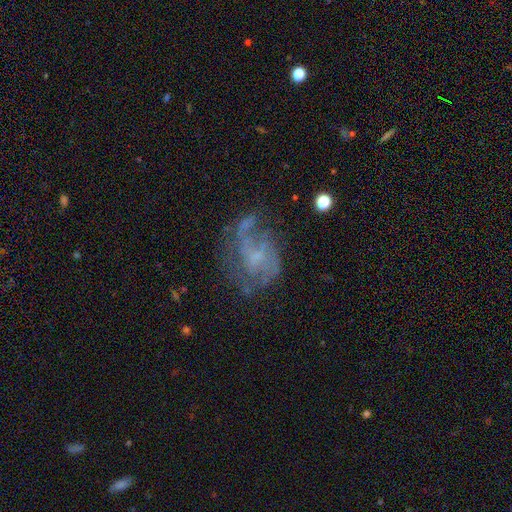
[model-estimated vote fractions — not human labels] The model was most divided on "spiral winding": loose: 43%, medium: 39%, tight: 18%. Remaining: edge-on disk — no (97%); spiral arms — yes (79%); smooth or featured — featured or disk (70%); bar — no (65%); merging — none (48%); bulge size — small (48%); spiral arm count — 2 (40%).